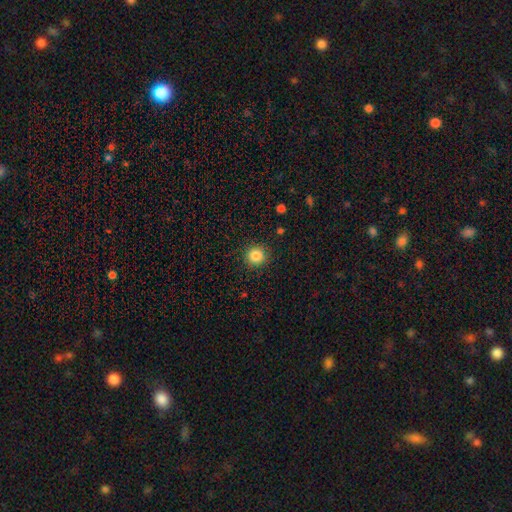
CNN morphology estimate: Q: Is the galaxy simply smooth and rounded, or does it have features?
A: smooth — 84%.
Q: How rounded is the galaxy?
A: round — 93%.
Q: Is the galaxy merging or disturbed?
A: none — 91%.